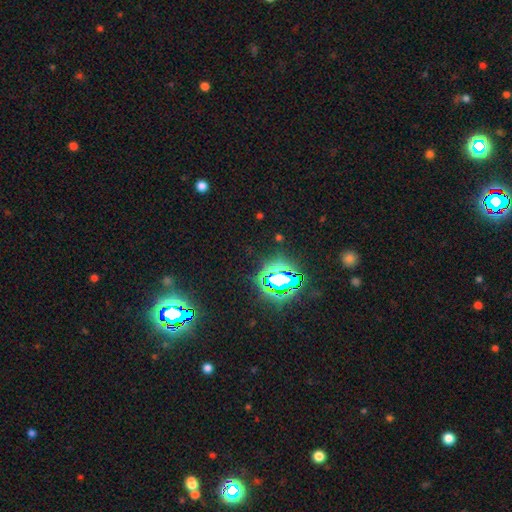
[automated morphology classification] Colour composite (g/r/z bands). It shows a star or artifact, not a galaxy (79%).